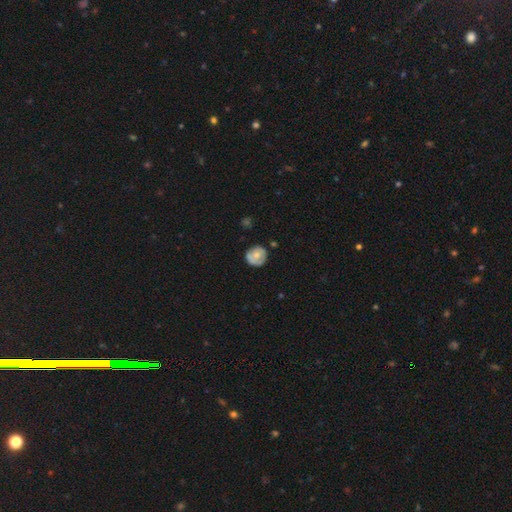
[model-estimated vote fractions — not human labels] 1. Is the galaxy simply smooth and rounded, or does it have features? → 59% smooth, 34% featured or disk, 7% star or artifact.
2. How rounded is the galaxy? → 84% round, 15% in between, 1% cigar-shaped.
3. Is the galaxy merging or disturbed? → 68% none, 24% minor disturbance, 5% major disturbance, 3% merger.